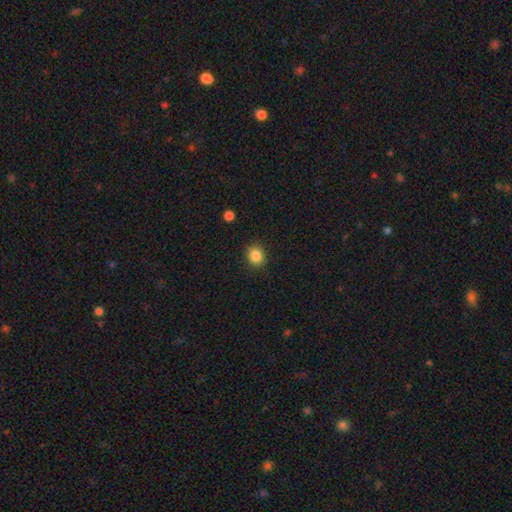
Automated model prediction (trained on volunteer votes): Smooth or featured? Predicted: smooth (p=0.85). How rounded? Predicted: round (p=0.78). Merging? Predicted: none (p=0.89).